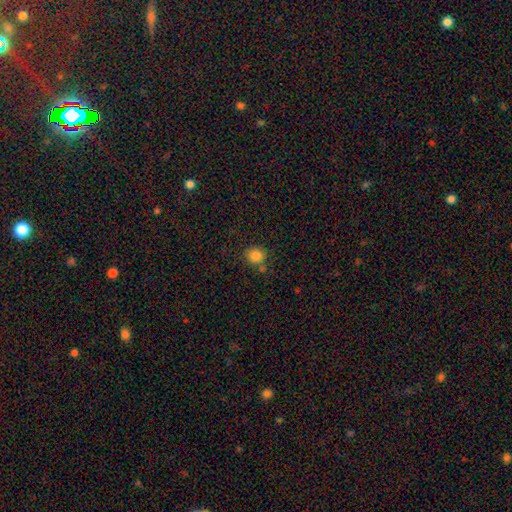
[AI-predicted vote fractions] The model was most divided on "merging": none: 75%, minor disturbance: 11%, merger: 11%, major disturbance: 3%. More confident: how rounded — round (90%); smooth or featured — smooth (83%).